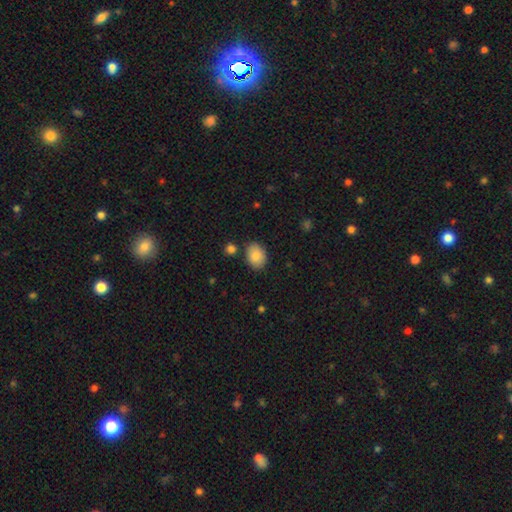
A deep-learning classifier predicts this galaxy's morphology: A smooth galaxy with no disk features (85%) that is in between round and cigar-shaped (72%). Merging: none (82%).